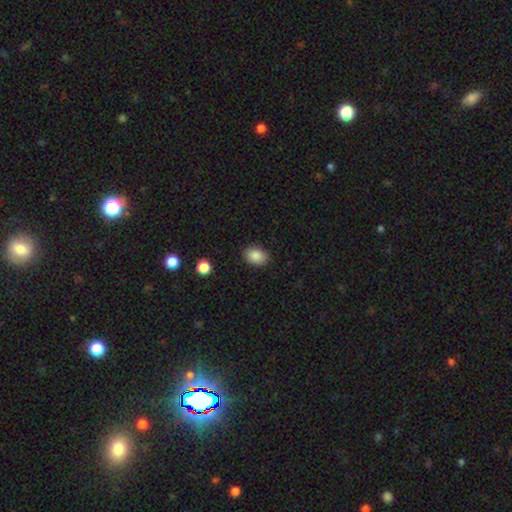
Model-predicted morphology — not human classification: Q: Smooth or featured?
A: smooth (87%); runner-up: star or artifact (8%)
Q: How rounded?
A: in between (77%); runner-up: round (22%)
Q: Merging?
A: none (87%); runner-up: minor disturbance (9%)